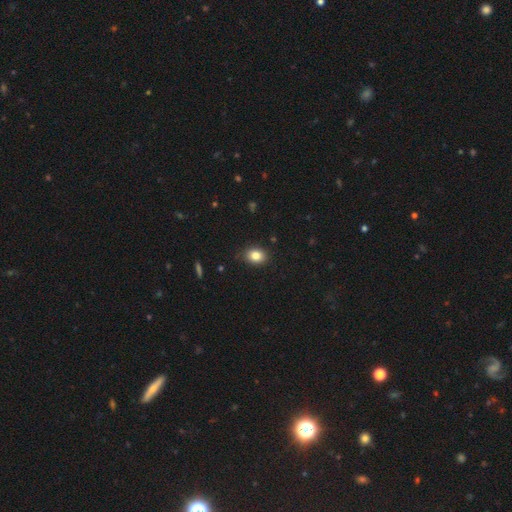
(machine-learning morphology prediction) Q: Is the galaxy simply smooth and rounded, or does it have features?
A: smooth — 84%.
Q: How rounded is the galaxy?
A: in between — 63%.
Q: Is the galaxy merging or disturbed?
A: none — 86%.